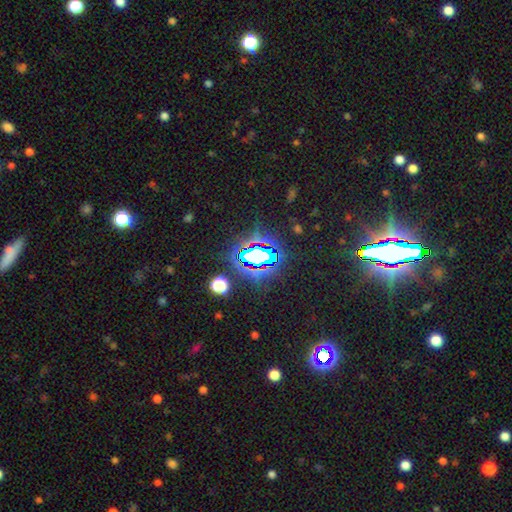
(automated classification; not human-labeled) Morphology: type=star or artifact (72%).